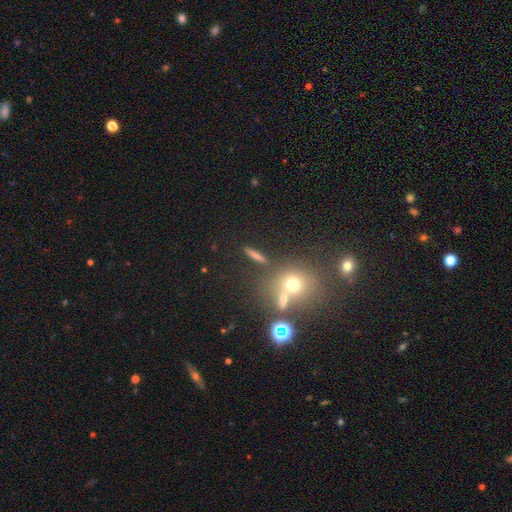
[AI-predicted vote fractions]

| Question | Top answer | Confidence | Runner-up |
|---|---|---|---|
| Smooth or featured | smooth | 42% | star or artifact (35%) |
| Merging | none | 66% | merger (18%) |